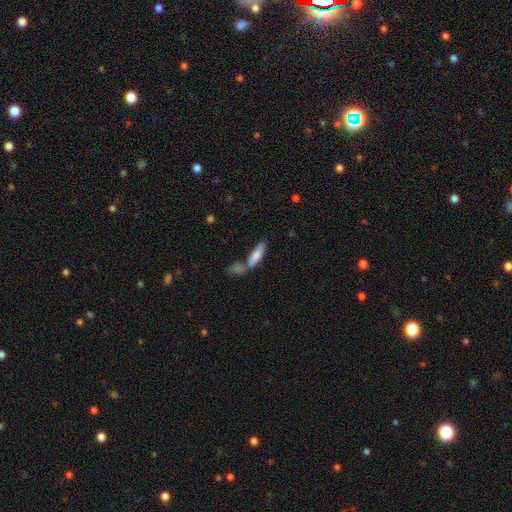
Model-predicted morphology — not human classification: smooth_or_featured: smooth (p=0.79) [alt: featured or disk p=0.14]
how_rounded: in between (p=0.52) [alt: cigar-shaped p=0.46]
merging: none (p=0.45) [alt: merger p=0.38]